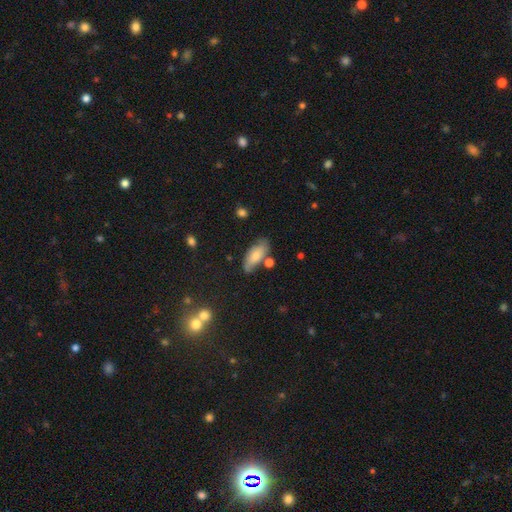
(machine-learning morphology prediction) Smooth or featured: smooth — 73% (featured or disk — 20%)
How rounded: in between — 81% (cigar-shaped — 16%)
Merging: none — 64% (minor disturbance — 22%)